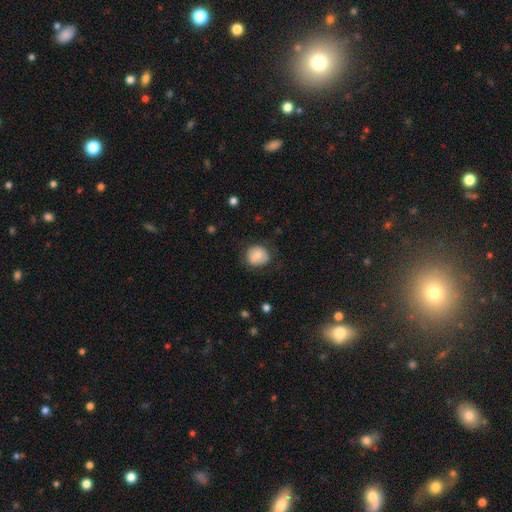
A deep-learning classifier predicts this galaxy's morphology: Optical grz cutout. It shows a smooth galaxy with no disk features (75%) that is round (76%). Merging: none (75%).